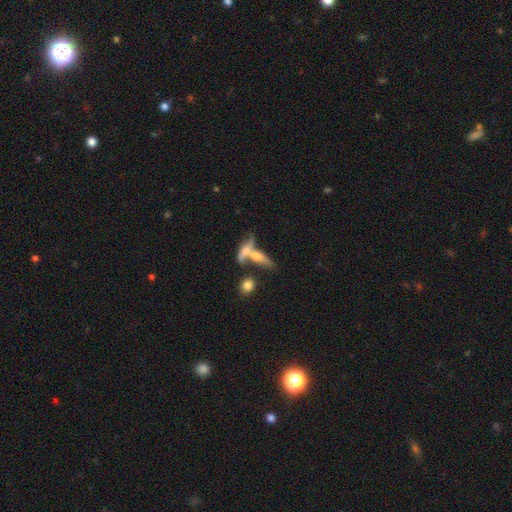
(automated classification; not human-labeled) This appears to be a smooth galaxy with no disk features (53%) that is cigar-shaped (55%). Merging: merger (51%).